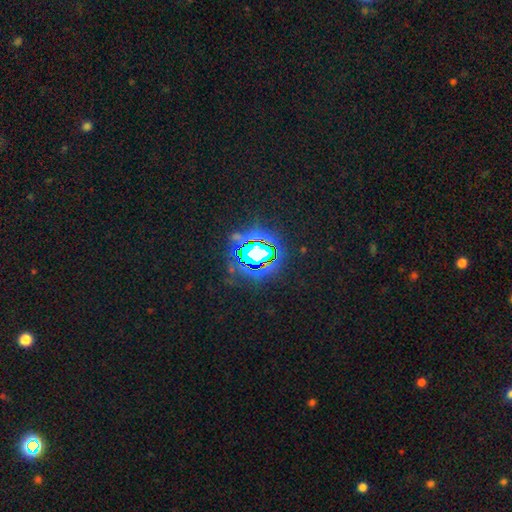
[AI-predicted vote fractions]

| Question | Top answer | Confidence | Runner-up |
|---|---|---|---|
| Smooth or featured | star or artifact | 77% | smooth (13%) |